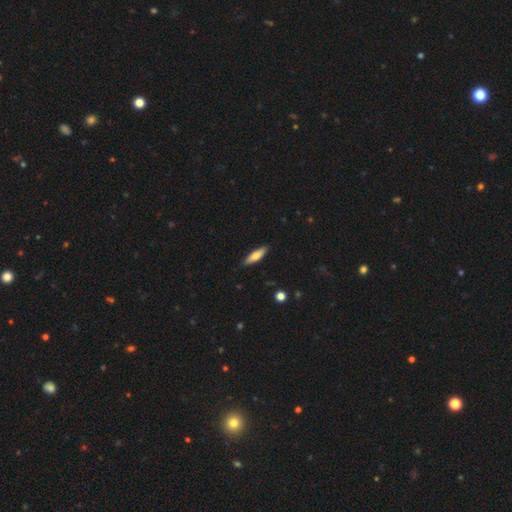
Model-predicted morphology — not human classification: The model was most divided on "how rounded": cigar-shaped: 64%, in between: 35%, round: 2%. More confident: merging — none (86%); smooth or featured — smooth (64%).